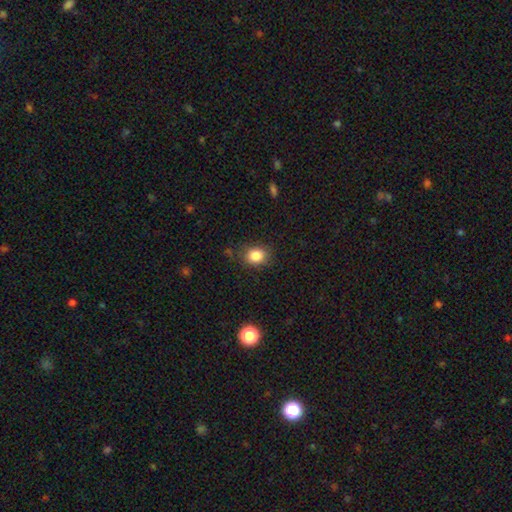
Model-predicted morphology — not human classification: The model was most divided on "how rounded": round: 56%, in between: 43%, cigar-shaped: 1%. More confident: smooth or featured — smooth (85%); merging — none (82%).